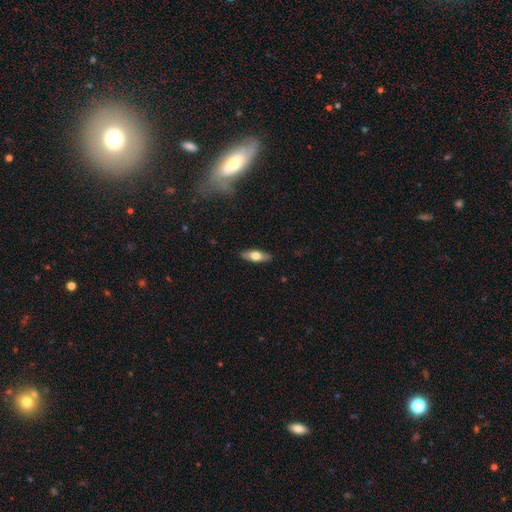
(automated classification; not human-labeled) Smooth or featured: smooth — 64% (featured or disk — 30%)
How rounded: in between — 68% (cigar-shaped — 30%)
Merging: none — 88% (minor disturbance — 9%)